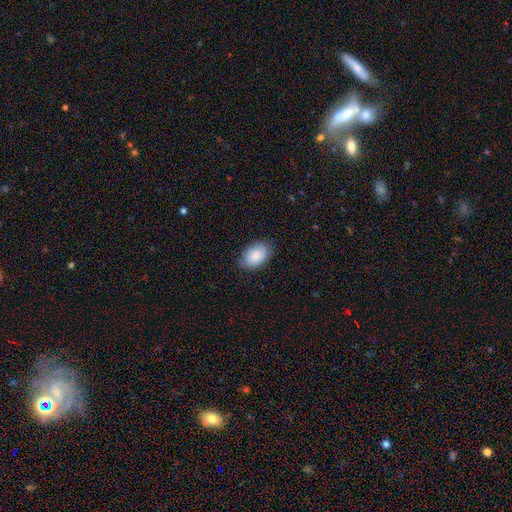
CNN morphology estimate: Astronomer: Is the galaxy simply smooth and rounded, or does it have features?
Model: smooth — 84%.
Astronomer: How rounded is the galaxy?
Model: in between — 89%.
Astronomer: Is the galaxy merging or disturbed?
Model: none — 82%.